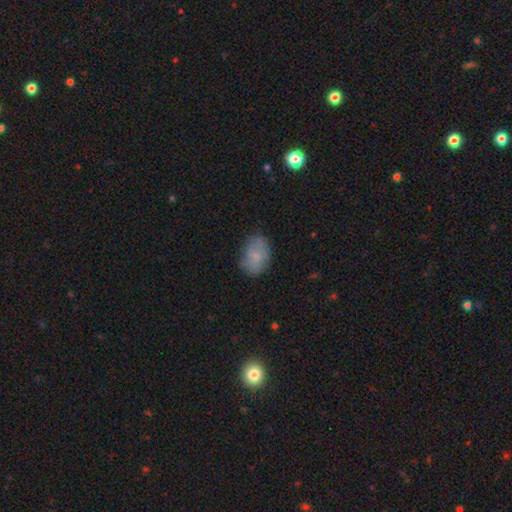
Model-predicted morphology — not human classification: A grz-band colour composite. It shows a smooth galaxy with no disk features (73%) that is in between round and cigar-shaped (80%). Merging: none (70%).